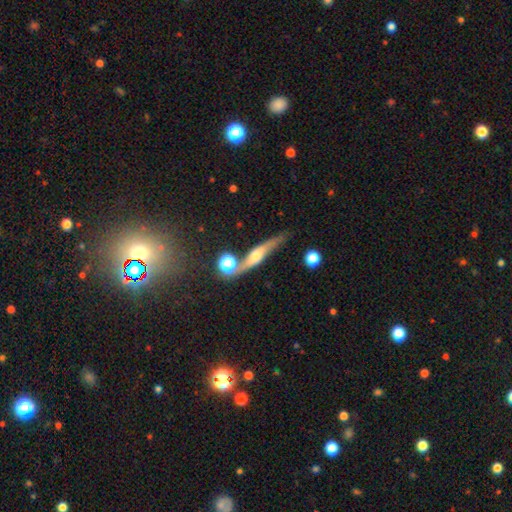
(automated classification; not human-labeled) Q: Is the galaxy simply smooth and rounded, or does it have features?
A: featured or disk — 67%.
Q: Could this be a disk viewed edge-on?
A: yes — 78%.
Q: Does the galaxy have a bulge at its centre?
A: rounded — 88%.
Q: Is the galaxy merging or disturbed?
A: none — 60%.